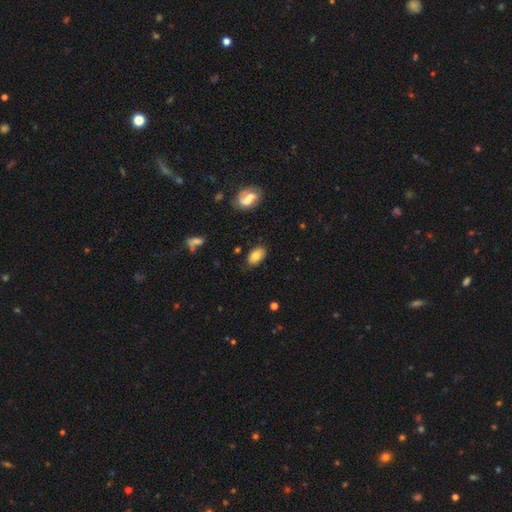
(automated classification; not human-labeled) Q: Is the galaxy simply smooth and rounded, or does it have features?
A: smooth — 81%.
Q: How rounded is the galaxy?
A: in between — 92%.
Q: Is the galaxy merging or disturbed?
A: none — 79%.